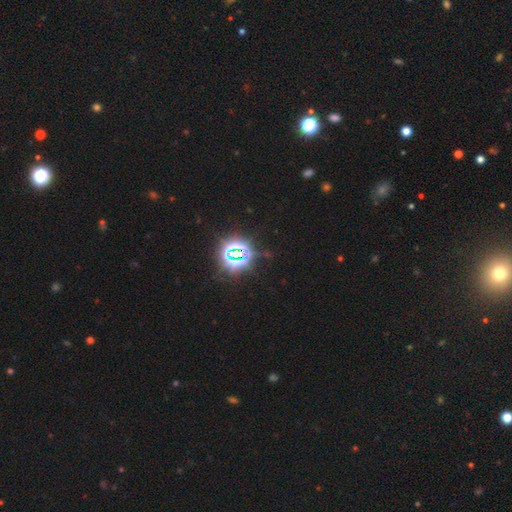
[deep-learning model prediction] Overall: star or artifact (81%).